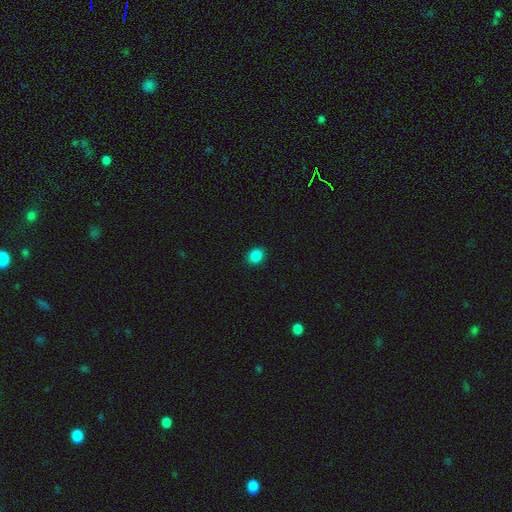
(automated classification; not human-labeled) smooth_or_featured: smooth (p=0.86) [alt: star or artifact p=0.11]
how_rounded: round (p=0.55) [alt: in between p=0.44]
merging: none (p=0.90) [alt: minor disturbance p=0.07]